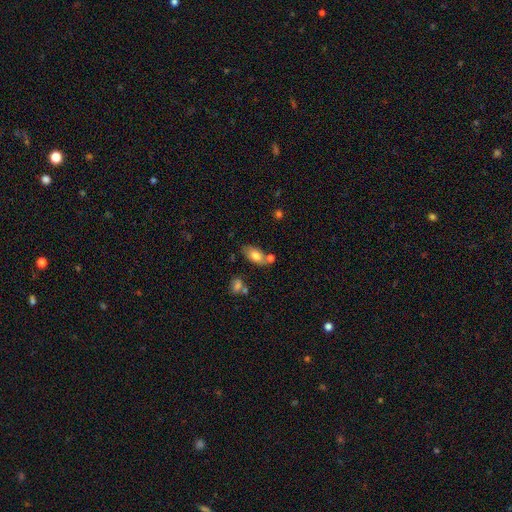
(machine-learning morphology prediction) A smooth galaxy with no disk features (74%) that is in between round and cigar-shaped (90%).

Vote fractions:
- Smooth or featured? smooth: 74% / featured or disk: 18% / star or artifact: 8%
- How rounded? in between: 90% / cigar-shaped: 5% / round: 5%
- Merging? none: 60% / merger: 20% / minor disturbance: 16% / major disturbance: 4%